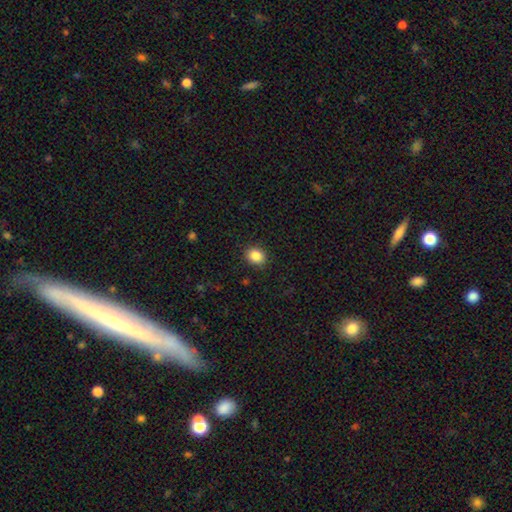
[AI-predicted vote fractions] A smooth galaxy with no disk features (86%) that is round (62%). Merging: none (88%).